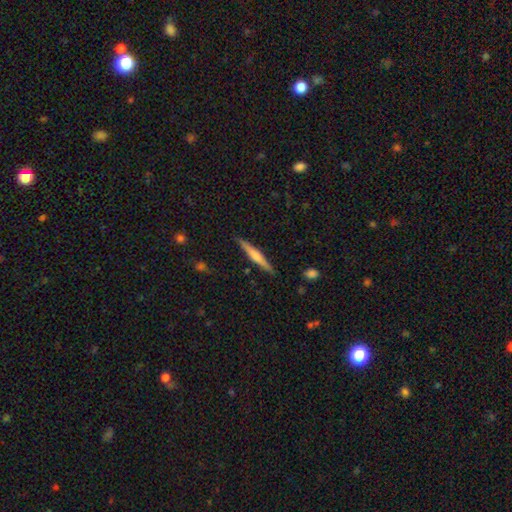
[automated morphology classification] The model was most divided on "smooth or featured": featured or disk: 51%, smooth: 43%, star or artifact: 6%. More confident: edge-on disk — yes (97%); merging — none (90%).